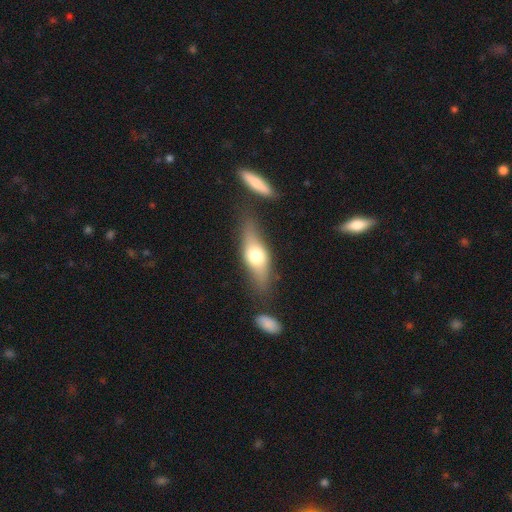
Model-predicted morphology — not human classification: Smooth or featured? Predicted: smooth (p=0.52). How rounded? Predicted: in between (p=0.56). Merging? Predicted: none (p=0.70).